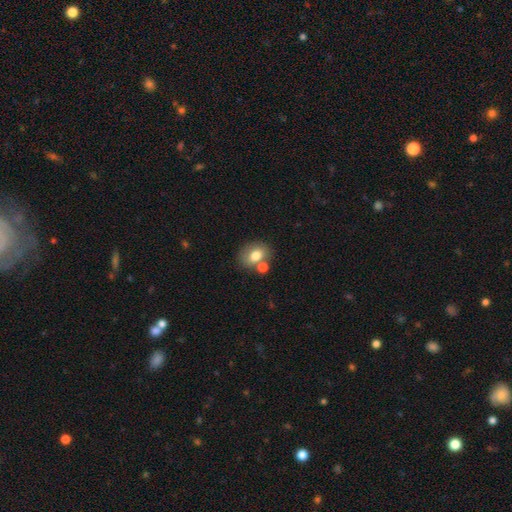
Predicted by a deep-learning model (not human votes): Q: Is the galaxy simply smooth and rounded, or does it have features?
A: smooth — 76%.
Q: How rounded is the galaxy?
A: in between — 58%.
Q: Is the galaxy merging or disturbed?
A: none — 60%.